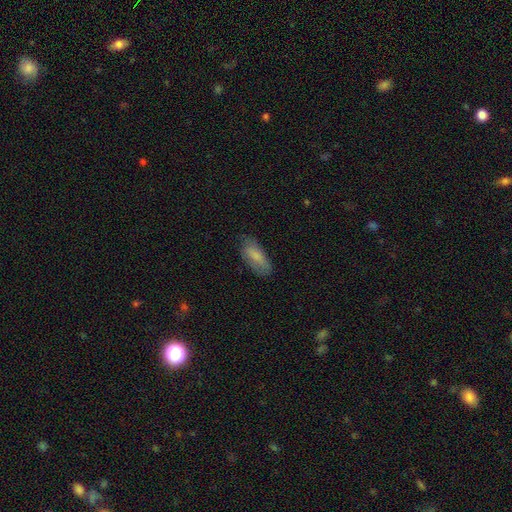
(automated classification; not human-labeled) Smooth or featured?
  - smooth: 77% *
  - featured or disk: 16%
  - star or artifact: 6%
How rounded?
  - in between: 78% *
  - cigar-shaped: 19%
  - round: 2%
Merging?
  - none: 73% *
  - minor disturbance: 21%
  - major disturbance: 5%
  - merger: 1%